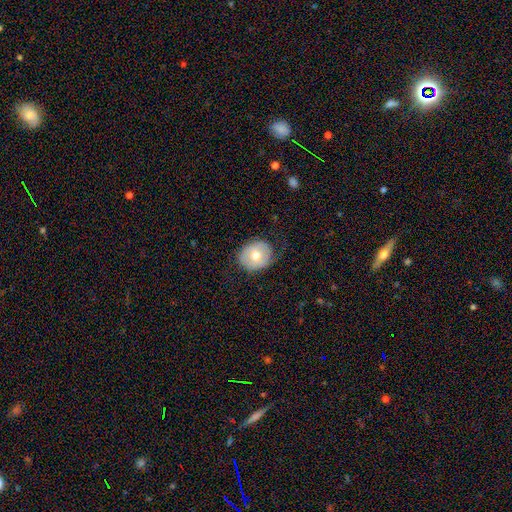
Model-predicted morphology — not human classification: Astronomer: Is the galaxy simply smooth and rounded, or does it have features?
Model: smooth — 63%.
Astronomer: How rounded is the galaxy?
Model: round — 68%.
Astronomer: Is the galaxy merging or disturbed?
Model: none — 70%.